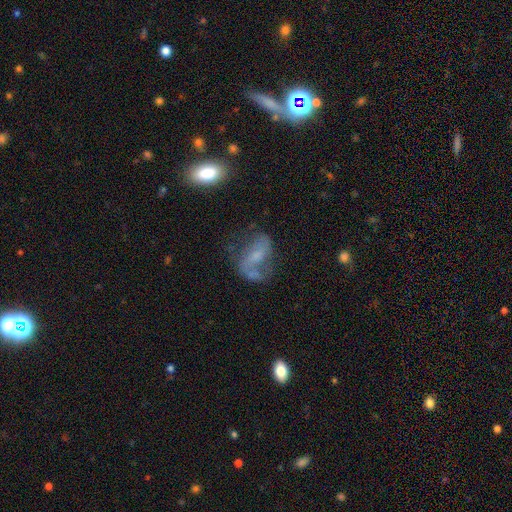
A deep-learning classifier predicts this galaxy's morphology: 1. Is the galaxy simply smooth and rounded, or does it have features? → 65% featured or disk, 24% smooth, 10% star or artifact.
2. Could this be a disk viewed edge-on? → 96% no, 4% yes.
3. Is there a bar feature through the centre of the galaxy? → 41% no, 40% weak, 19% strong.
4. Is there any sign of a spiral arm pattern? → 78% yes, 22% no.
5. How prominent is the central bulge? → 45% small, 29% moderate, 20% none, 4% large, 2% dominant.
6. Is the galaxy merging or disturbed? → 43% none, 24% major disturbance, 21% minor disturbance, 12% merger.